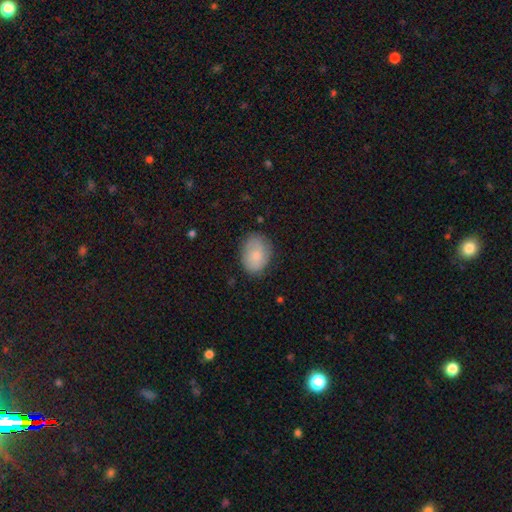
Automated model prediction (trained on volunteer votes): The model was most divided on "how rounded": in between: 74%, round: 25%, cigar-shaped: 1%. More confident: smooth or featured — smooth (80%); merging — none (74%).